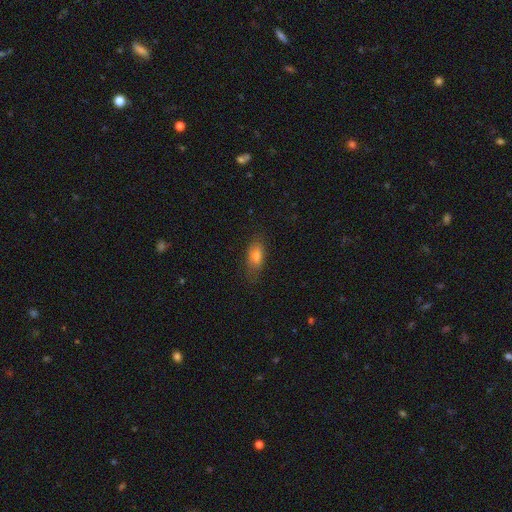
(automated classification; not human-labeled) This is likely a smooth galaxy (77%). How rounded: clearly in between (83%). Merging: likely none (72%).